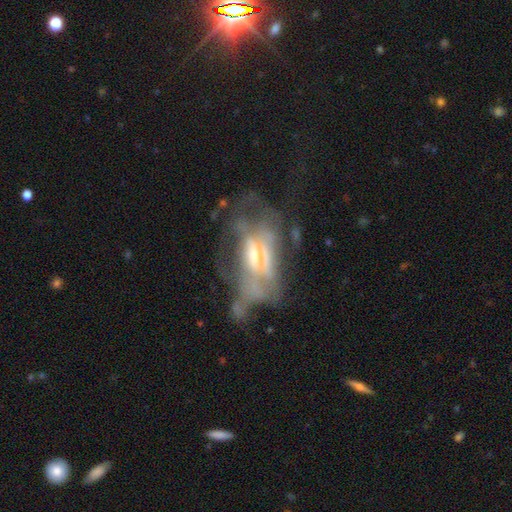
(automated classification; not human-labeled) This appears to be a featured or disk galaxy (69%) with no bar (56%), no spiral arms (68%) and a moderate central bulge (49%). Merging: major disturbance (47%).